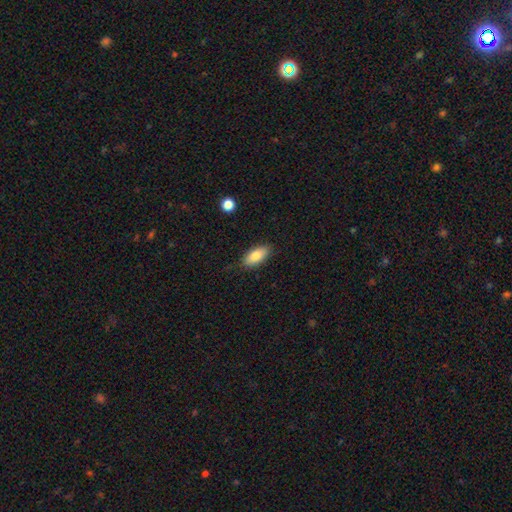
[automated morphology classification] smooth_or_featured: smooth (p=0.83) [alt: featured or disk p=0.11]
how_rounded: in between (p=0.88) [alt: cigar-shaped p=0.10]
merging: none (p=0.83) [alt: minor disturbance p=0.13]